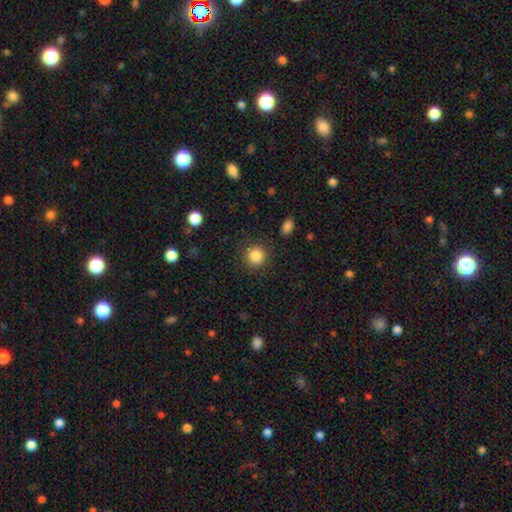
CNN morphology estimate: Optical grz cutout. It shows a smooth galaxy with no disk features (86%) that is round (93%). Merging: none (89%).